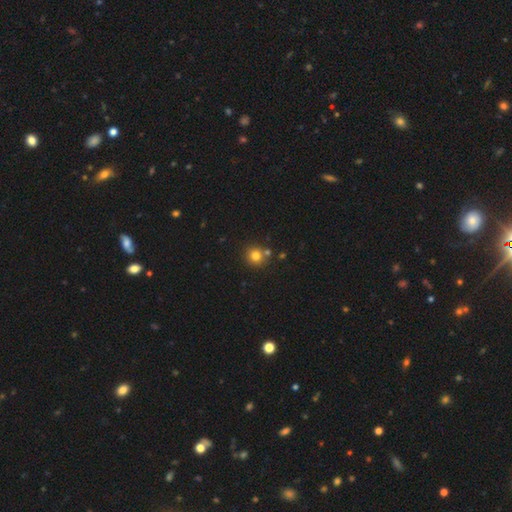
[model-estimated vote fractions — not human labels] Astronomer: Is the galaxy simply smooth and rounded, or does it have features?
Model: smooth — 78%.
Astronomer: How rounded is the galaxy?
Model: round — 90%.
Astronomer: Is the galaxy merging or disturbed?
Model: none — 74%.